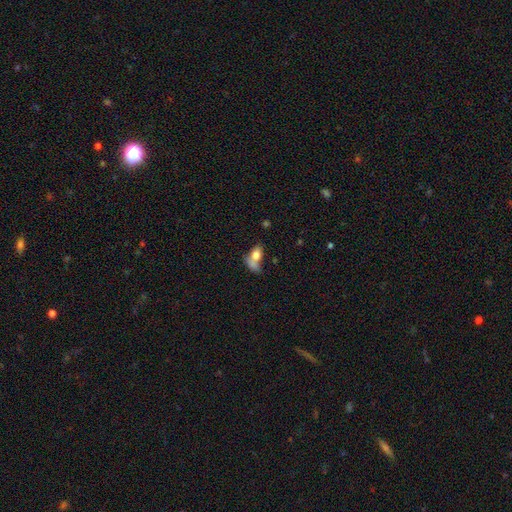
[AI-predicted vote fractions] smooth-or-featured: smooth: 72% | featured or disk: 19% | star or artifact: 10%
  how-rounded: in between: 77% | round: 16% | cigar-shaped: 7%
  merging: merger: 39% | none: 25% | major disturbance: 20% | minor disturbance: 17%